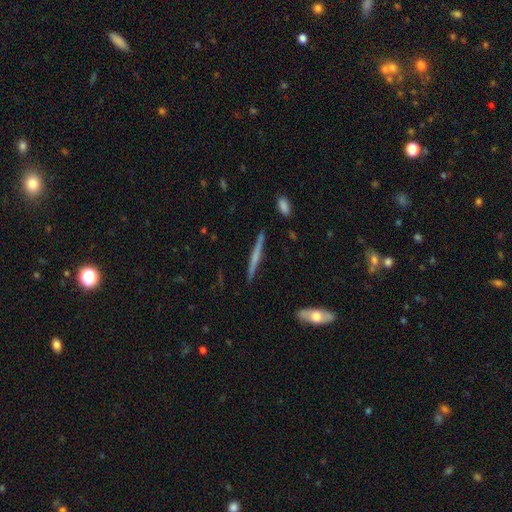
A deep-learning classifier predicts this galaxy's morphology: A featured or disk galaxy (60%) viewed edge-on (97%) with no central bulge (57%). Merging: none (89%).